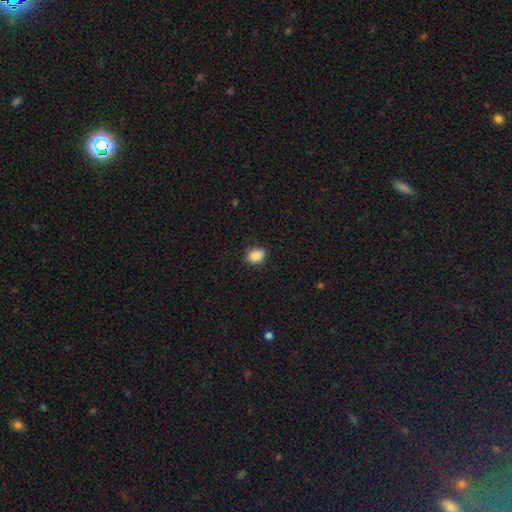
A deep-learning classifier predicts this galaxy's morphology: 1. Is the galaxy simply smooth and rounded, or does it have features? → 88% smooth, 8% star or artifact, 3% featured or disk.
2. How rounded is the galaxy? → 68% in between, 30% round, 1% cigar-shaped.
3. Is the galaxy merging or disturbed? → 86% none, 10% minor disturbance, 2% major disturbance, 1% merger.